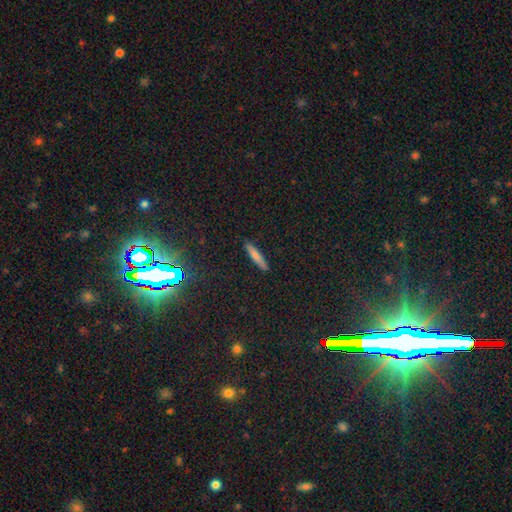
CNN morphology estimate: Smooth or featured: smooth — 71% (featured or disk — 19%)
How rounded: cigar-shaped — 90% (in between — 8%)
Merging: none — 90% (minor disturbance — 7%)